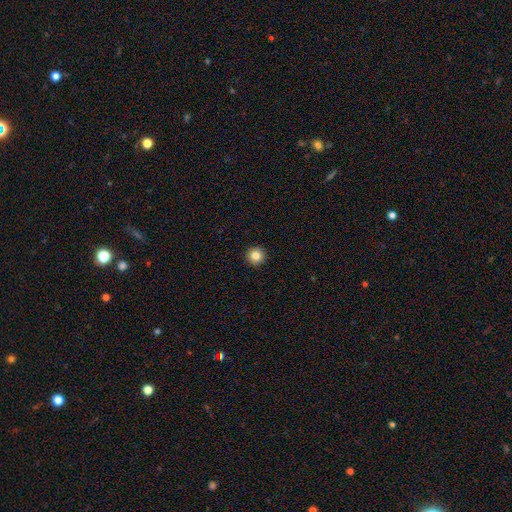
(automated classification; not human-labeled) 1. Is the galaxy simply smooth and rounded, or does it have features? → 84% smooth, 10% star or artifact, 6% featured or disk.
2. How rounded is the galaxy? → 96% round, 3% in between, 1% cigar-shaped.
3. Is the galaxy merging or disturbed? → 94% none, 4% minor disturbance, 1% major disturbance, 1% merger.